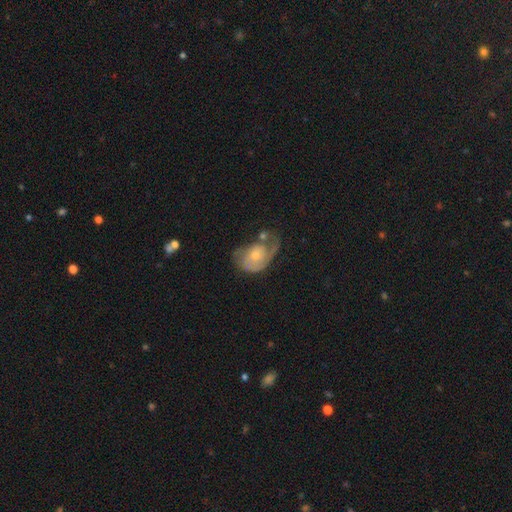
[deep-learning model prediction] Smooth or featured: featured or disk — 61% (smooth — 33%)
Edge-on disk: no — 97% (yes — 3%)
Bar: no — 77% (weak — 20%)
Spiral arms: yes — 74% (no — 26%)
Bulge size: small — 55% (moderate — 37%)
Merging: major disturbance — 37% (none — 25%)